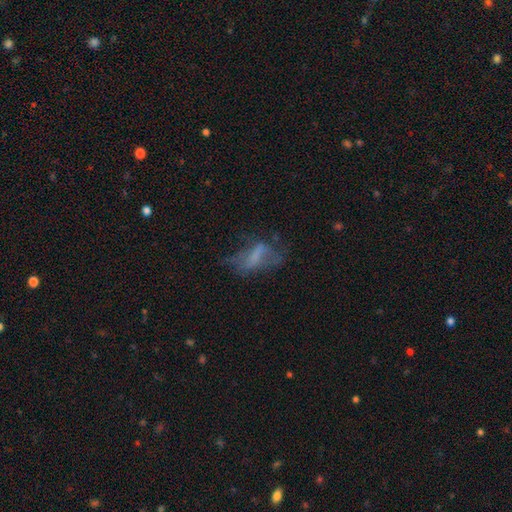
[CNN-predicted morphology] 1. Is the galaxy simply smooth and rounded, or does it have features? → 44% featured or disk, 41% smooth, 16% star or artifact.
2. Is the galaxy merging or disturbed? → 37% none, 35% major disturbance, 23% minor disturbance, 4% merger.